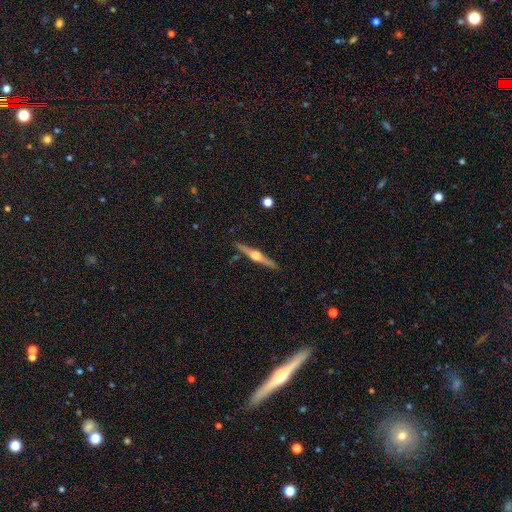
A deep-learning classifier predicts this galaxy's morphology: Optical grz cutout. It shows a featured or disk galaxy (78%) viewed edge-on (98%) with a rounded central bulge (94%). Merging: none (90%).